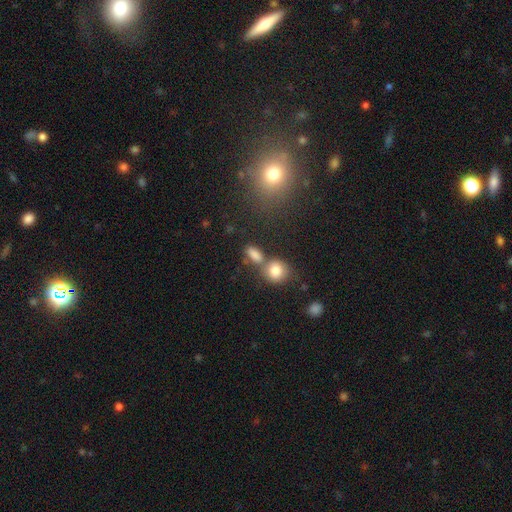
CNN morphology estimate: Smooth or featured: smooth — 74% (star or artifact — 17%)
How rounded: round — 57% (in between — 39%)
Merging: none — 58% (merger — 27%)